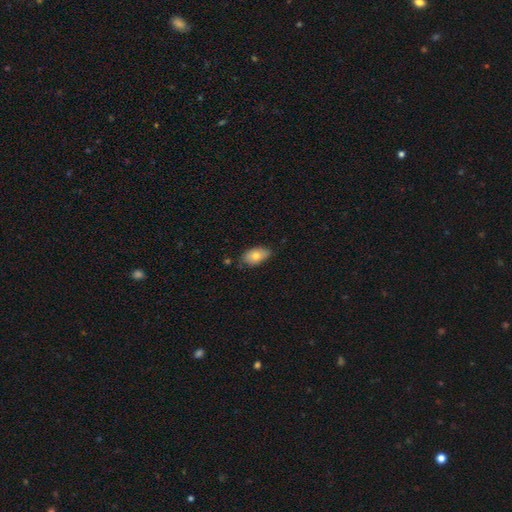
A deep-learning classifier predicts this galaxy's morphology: The model was most divided on "merging": none: 72%, minor disturbance: 23%, major disturbance: 3%, merger: 2%. More confident: how rounded — in between (91%); smooth or featured — smooth (78%).